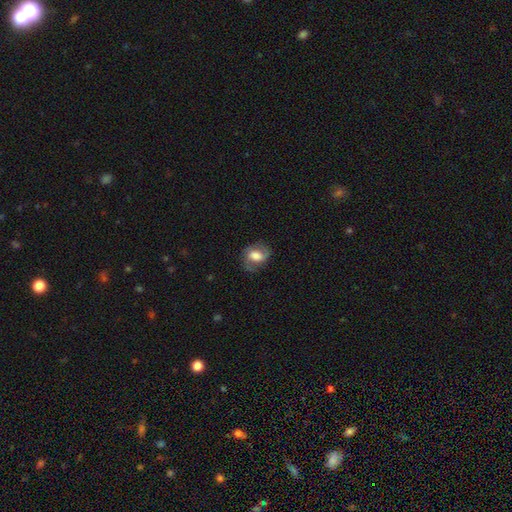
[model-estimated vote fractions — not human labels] A featured or disk galaxy (53%) with no bar (42%), spiral arms (84%) and a large central bulge (47%). Merging: none (67%).